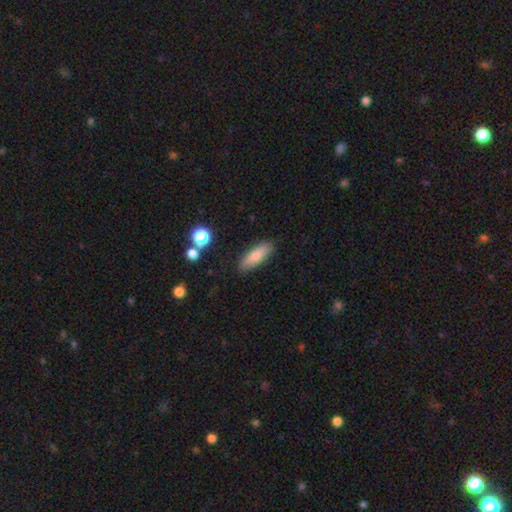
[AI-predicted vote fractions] A smooth galaxy with no disk features (81%) that is in between round and cigar-shaped (53%). Merging: none (87%).